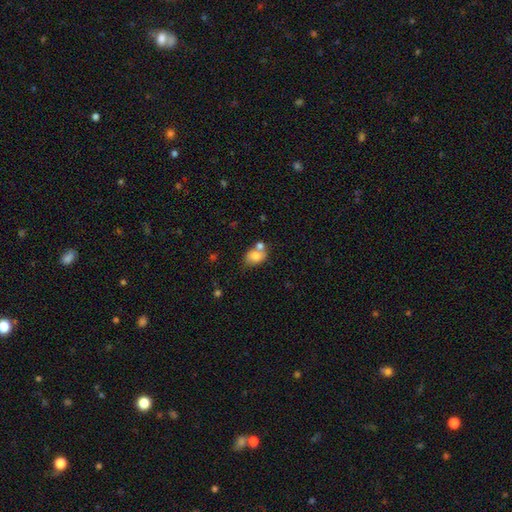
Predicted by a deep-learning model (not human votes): A smooth galaxy with no disk features (76%) that is in between round and cigar-shaped (74%).

Vote fractions:
- Smooth or featured? smooth: 76% / featured or disk: 15% / star or artifact: 9%
- How rounded? in between: 74% / round: 25% / cigar-shaped: 1%
- Merging? none: 43% / merger: 34% / minor disturbance: 17% / major disturbance: 6%